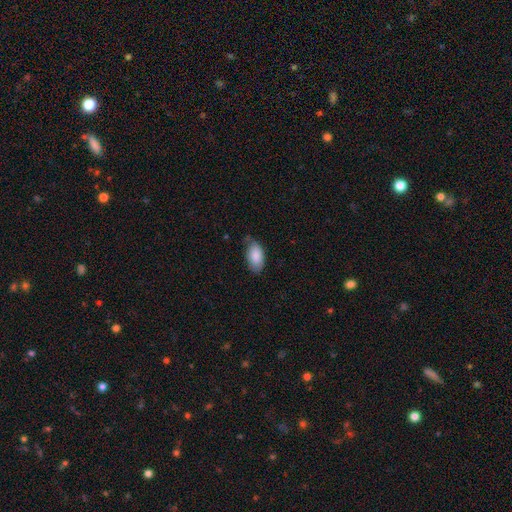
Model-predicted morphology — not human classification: Overall: smooth (85%). How rounded: in between (95%). Merging: none (62%; minor disturbance 30%).